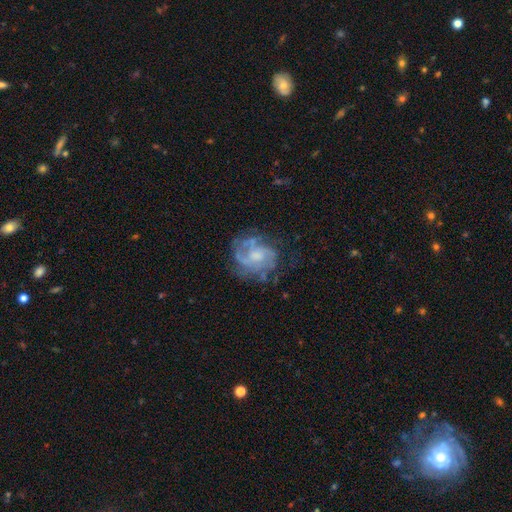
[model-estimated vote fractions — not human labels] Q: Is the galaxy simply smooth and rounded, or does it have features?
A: featured or disk — 75%.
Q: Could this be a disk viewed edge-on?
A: no — 98%.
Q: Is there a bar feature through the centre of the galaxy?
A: no — 65%.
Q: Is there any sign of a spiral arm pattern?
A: yes — 78%.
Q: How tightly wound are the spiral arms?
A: medium — 41%, tied with tight.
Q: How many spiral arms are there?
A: can't tell — 38%.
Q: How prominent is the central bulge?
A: moderate — 43%.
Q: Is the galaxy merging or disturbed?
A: none — 58%.